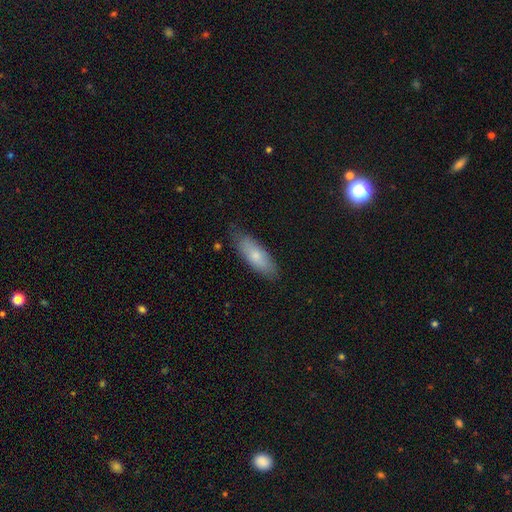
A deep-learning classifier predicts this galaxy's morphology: type=smooth (74%); roundness=in between (64%); merging=none (78%).